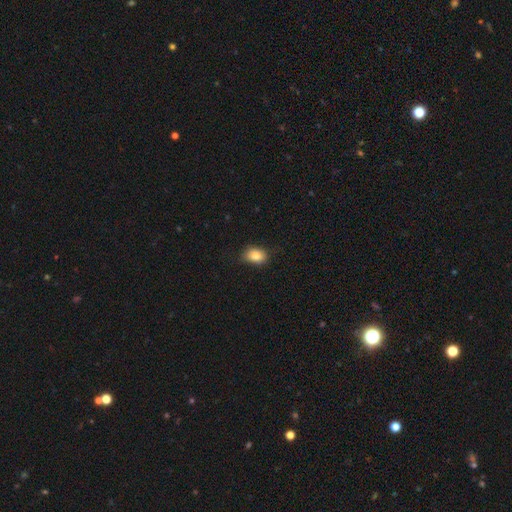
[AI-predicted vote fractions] smooth 83%, star or artifact 9%, featured or disk 8%. Down the decision tree: how rounded — in between (74%); merging — none (78%).